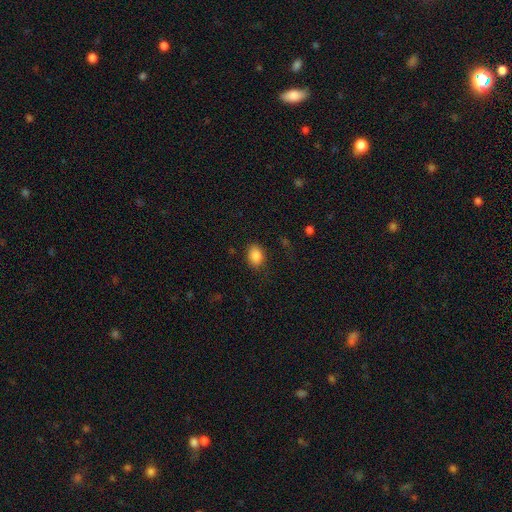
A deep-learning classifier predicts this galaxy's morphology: The model was most divided on "how rounded": in between: 68%, round: 31%, cigar-shaped: 1%. More confident: smooth or featured — smooth (86%); merging — none (82%).